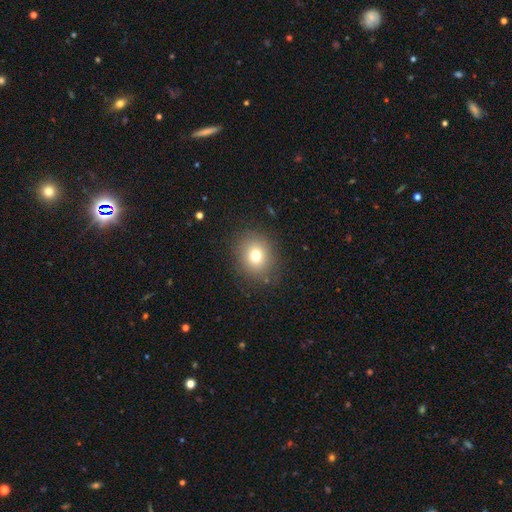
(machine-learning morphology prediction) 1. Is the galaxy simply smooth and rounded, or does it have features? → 75% smooth, 14% star or artifact, 12% featured or disk.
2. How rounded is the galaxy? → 72% round, 27% in between, 1% cigar-shaped.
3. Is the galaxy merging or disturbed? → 86% none, 9% minor disturbance, 4% major disturbance, 1% merger.